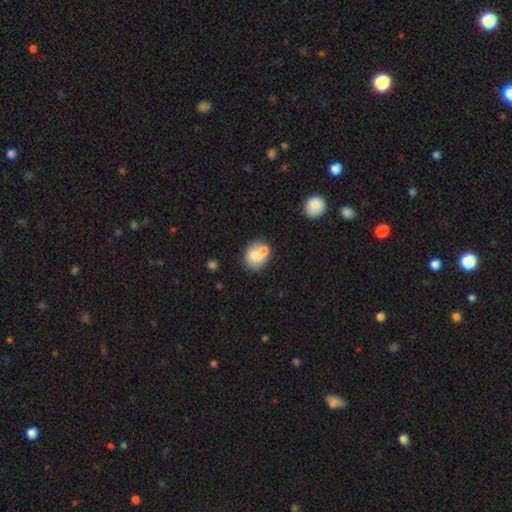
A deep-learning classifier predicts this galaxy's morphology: type=smooth (72%); roundness=round (65%); merging=none (48%).